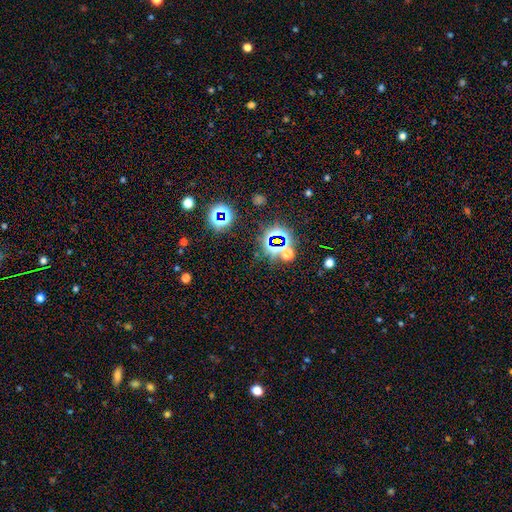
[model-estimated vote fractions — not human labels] Morphology: type=star or artifact (76%).